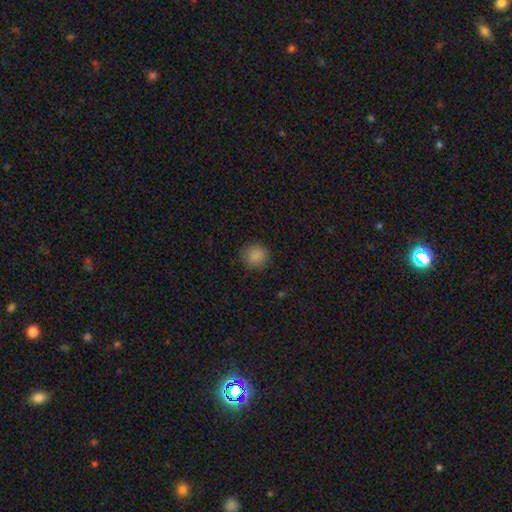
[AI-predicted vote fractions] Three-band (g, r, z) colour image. It shows a smooth galaxy with no disk features (87%) that is round (91%). Merging: none (88%).